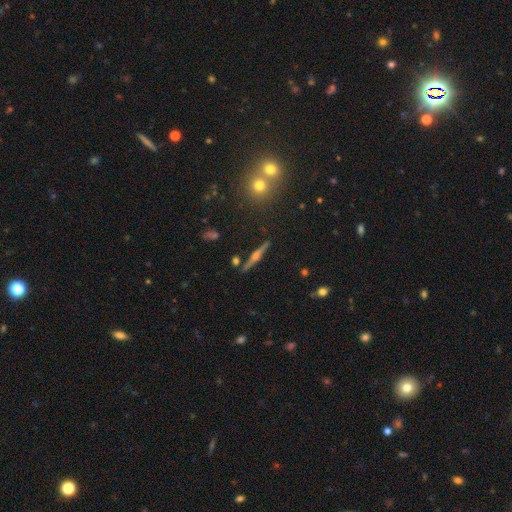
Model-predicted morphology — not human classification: A featured or disk galaxy (78%) viewed edge-on (97%) with a rounded central bulge (89%).

Vote fractions:
- Smooth or featured? featured or disk: 78% / smooth: 14% / star or artifact: 8%
- Edge-on disk? yes: 97% / no: 3%
- Edge-on bulge? rounded: 89% / boxy: 6% / none: 5%
- Merging? none: 88% / minor disturbance: 6% / merger: 4% / major disturbance: 2%